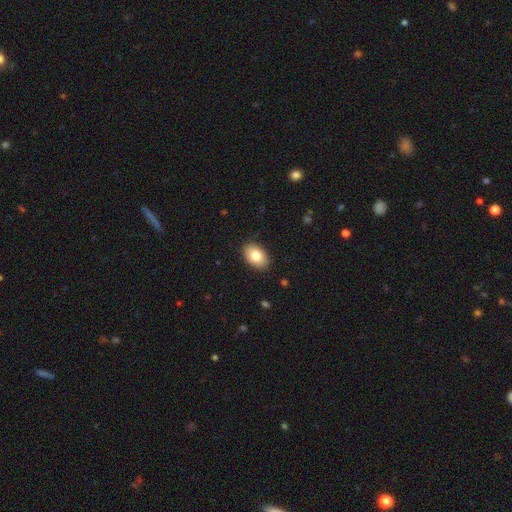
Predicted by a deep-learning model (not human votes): Overall: smooth (82%). How rounded: in between (89%). Merging: none (89%).